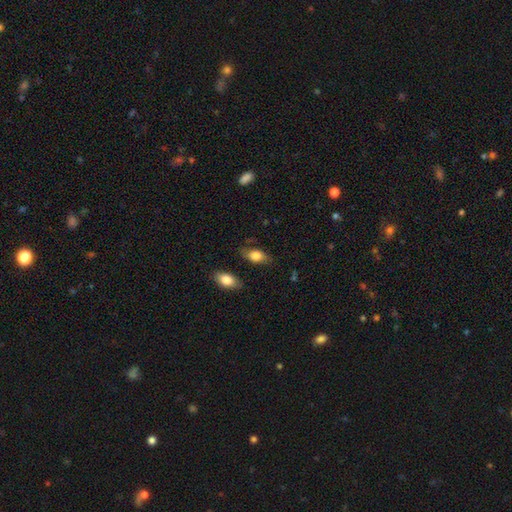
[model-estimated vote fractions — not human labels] Smooth or featured: smooth — 76% (featured or disk — 17%)
How rounded: in between — 87% (round — 7%)
Merging: none — 74% (minor disturbance — 19%)